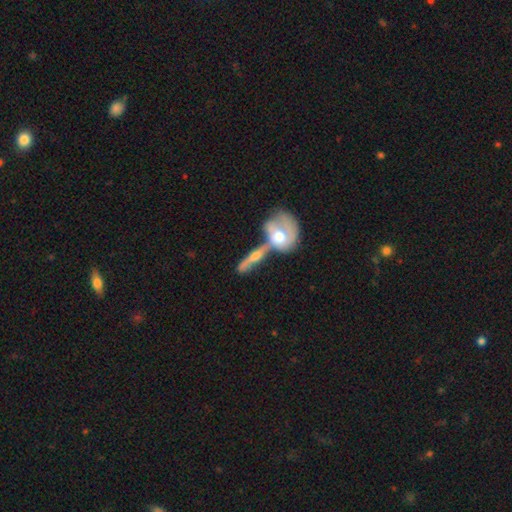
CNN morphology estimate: type=featured or disk (56%); edge-on=no (58%); merging=merger (60%).